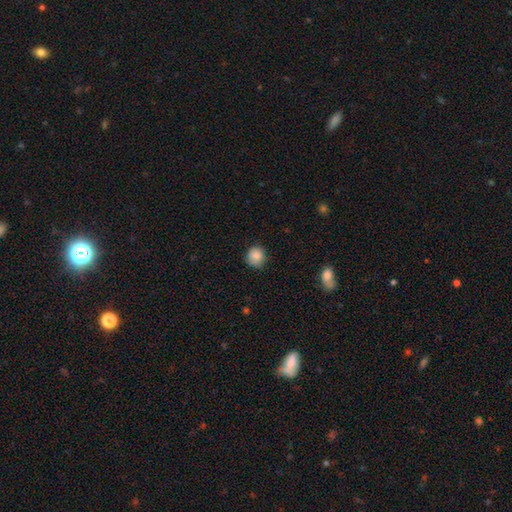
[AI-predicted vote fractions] smooth 86%, star or artifact 9%, featured or disk 5%. Down the decision tree: how rounded — round (87%); merging — none (75%).